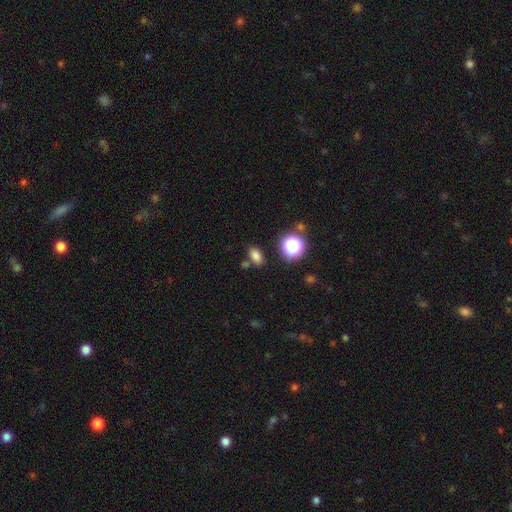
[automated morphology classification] Smooth or featured? smooth (78%)
How rounded? in between (83%)
Merging? none (77%)